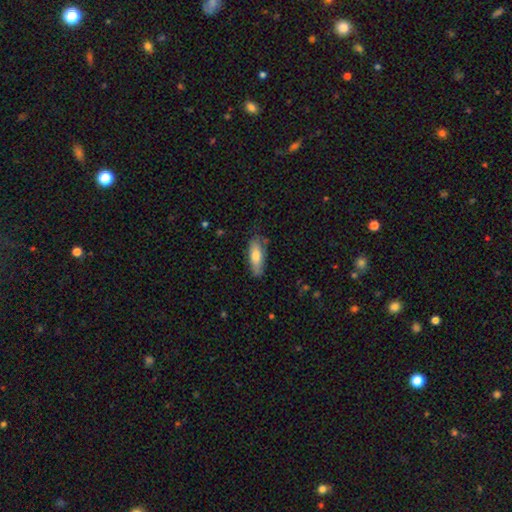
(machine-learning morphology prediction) This is likely a smooth galaxy (75%). How rounded: likely in between (64%). Merging: likely none (75%).